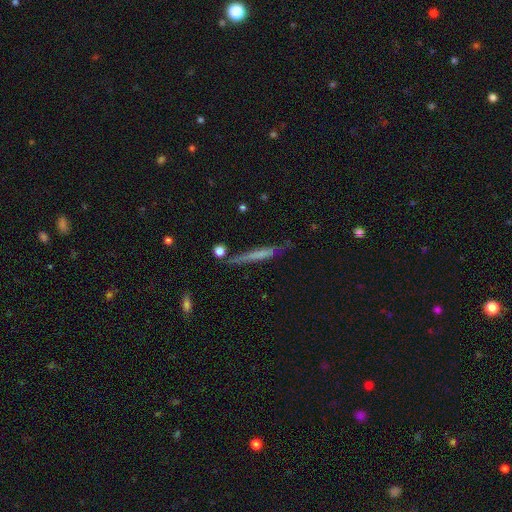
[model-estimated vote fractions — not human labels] This appears to be a smooth galaxy with no disk features (48%). Merging: none (75%).